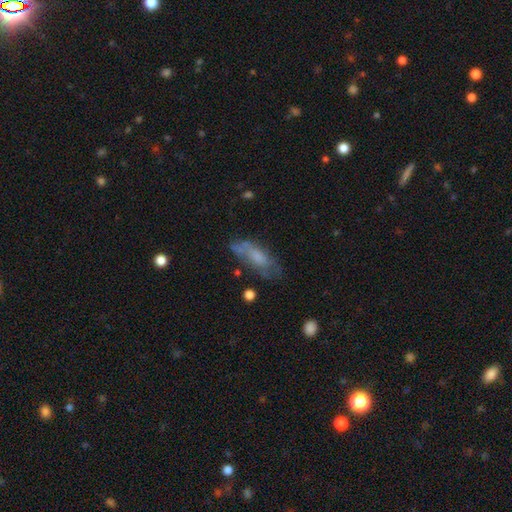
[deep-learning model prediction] A smooth galaxy with no disk features (55%) that is in between round and cigar-shaped (66%). Merging: none (50%).